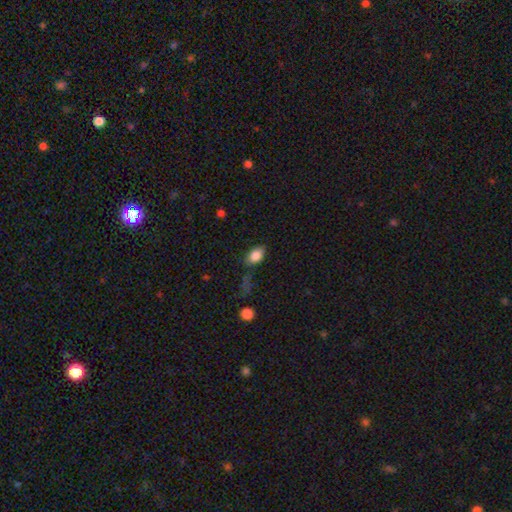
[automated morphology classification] smooth-or-featured: smooth: 84% | star or artifact: 9% | featured or disk: 7%
  how-rounded: in between: 88% | round: 10% | cigar-shaped: 2%
  merging: none: 71% | minor disturbance: 19% | major disturbance: 6% | merger: 4%